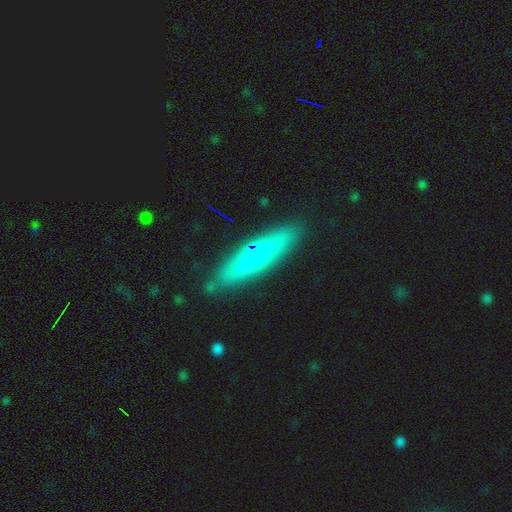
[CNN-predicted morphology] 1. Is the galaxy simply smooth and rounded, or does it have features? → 51% smooth, 42% featured or disk, 7% star or artifact.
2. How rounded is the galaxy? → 74% cigar-shaped, 24% in between, 2% round.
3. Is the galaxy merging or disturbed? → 85% none, 11% minor disturbance, 2% major disturbance, 2% merger.